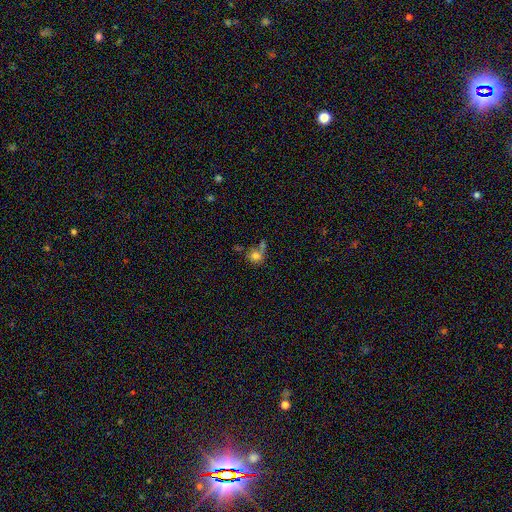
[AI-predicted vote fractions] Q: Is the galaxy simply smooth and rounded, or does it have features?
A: smooth — 73%.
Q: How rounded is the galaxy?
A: round — 72%.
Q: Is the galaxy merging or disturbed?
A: none — 39%.